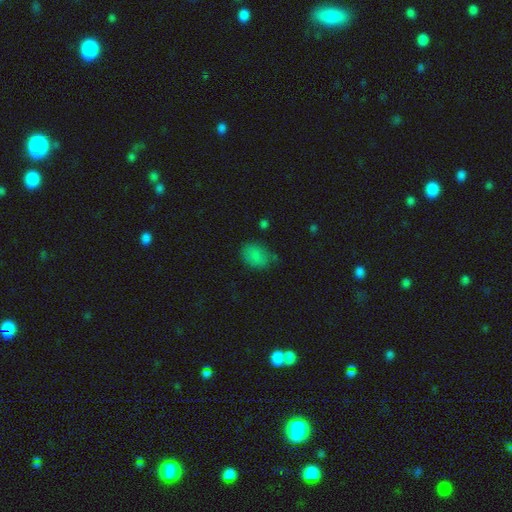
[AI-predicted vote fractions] smooth 80%, star or artifact 11%, featured or disk 8%. Down the decision tree: how rounded — in between (61%); merging — none (64%).